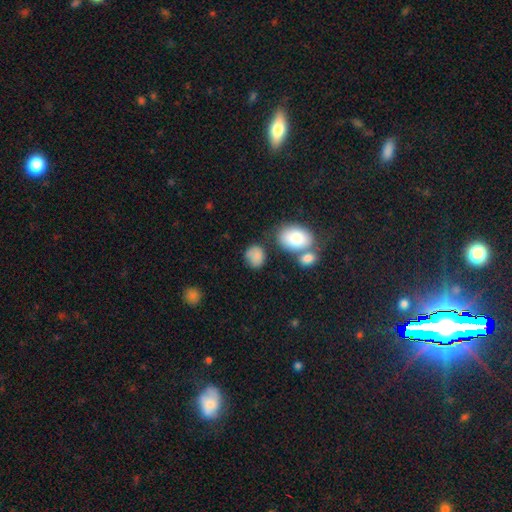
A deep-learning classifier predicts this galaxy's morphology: Smooth or featured?
  - smooth: 82% *
  - star or artifact: 9%
  - featured or disk: 9%
How rounded?
  - in between: 51% *
  - round: 48%
  - cigar-shaped: 1%
Merging?
  - none: 58% *
  - minor disturbance: 22%
  - merger: 11%
  - major disturbance: 9%